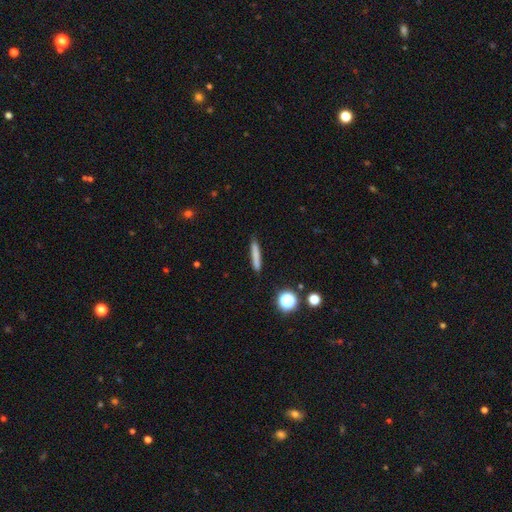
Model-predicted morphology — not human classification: A smooth galaxy with no disk features (76%) that is cigar-shaped (92%). Merging: none (87%).